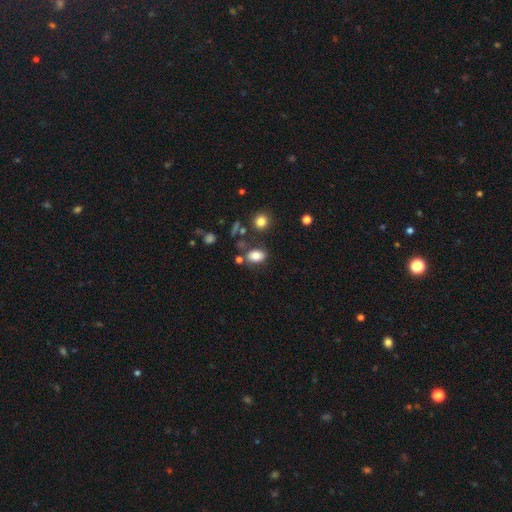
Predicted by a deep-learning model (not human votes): smooth_or_featured: smooth (p=0.81) [alt: star or artifact p=0.10]
how_rounded: in between (p=0.81) [alt: round p=0.17]
merging: none (p=0.73) [alt: minor disturbance p=0.14]